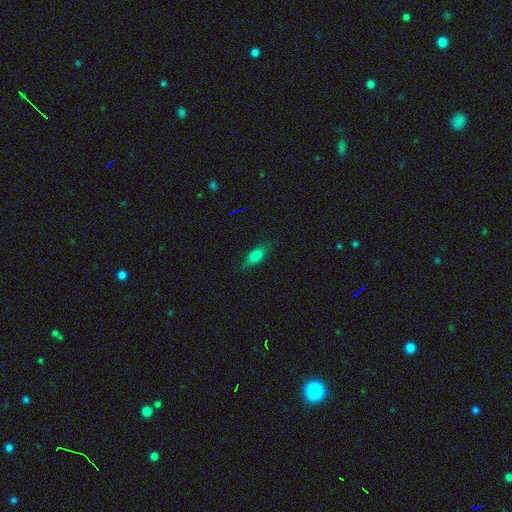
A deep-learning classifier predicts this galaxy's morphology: Smooth or featured: smooth — 75% (featured or disk — 15%)
How rounded: in between — 76% (cigar-shaped — 20%)
Merging: none — 80% (minor disturbance — 15%)